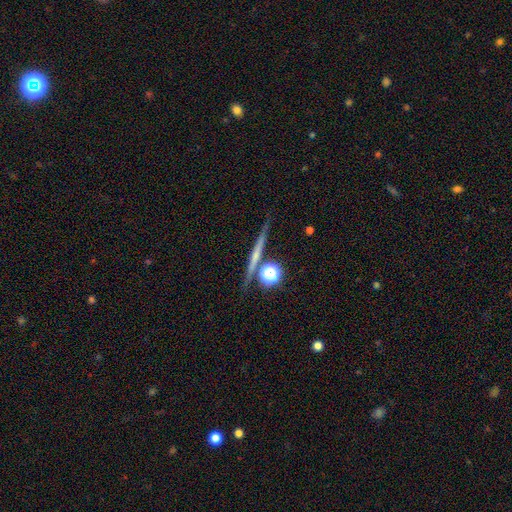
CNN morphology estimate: This appears to be a featured or disk galaxy (55%) viewed edge-on (94%) with no central bulge (63%). Merging: none (81%).